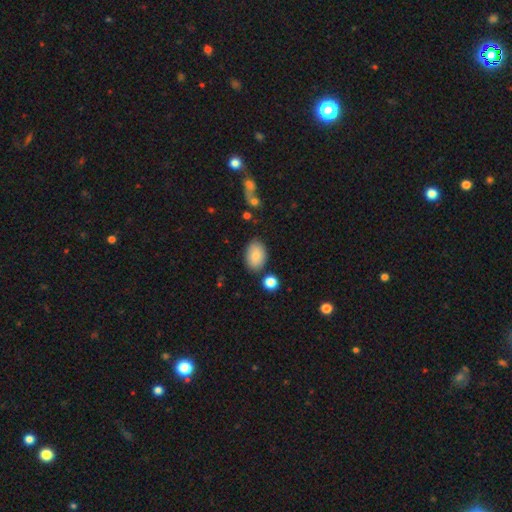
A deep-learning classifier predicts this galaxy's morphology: smooth-or-featured: smooth: 83% | featured or disk: 10% | star or artifact: 7%
  how-rounded: in between: 86% | round: 13% | cigar-shaped: 1%
  merging: none: 80% | minor disturbance: 13% | merger: 4% | major disturbance: 3%